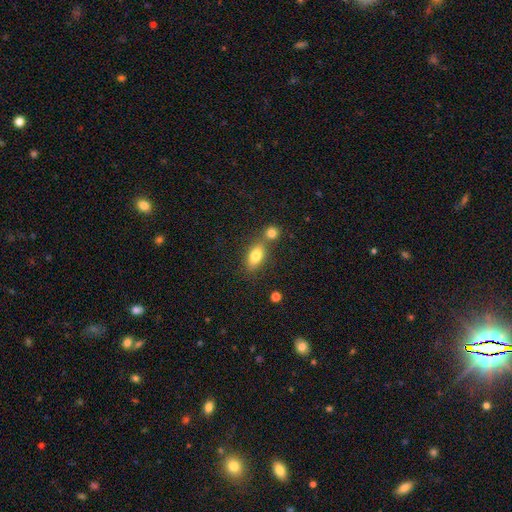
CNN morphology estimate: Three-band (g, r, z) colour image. It shows a smooth galaxy with no disk features (79%) that is in between round and cigar-shaped (83%). Merging: none (53%).